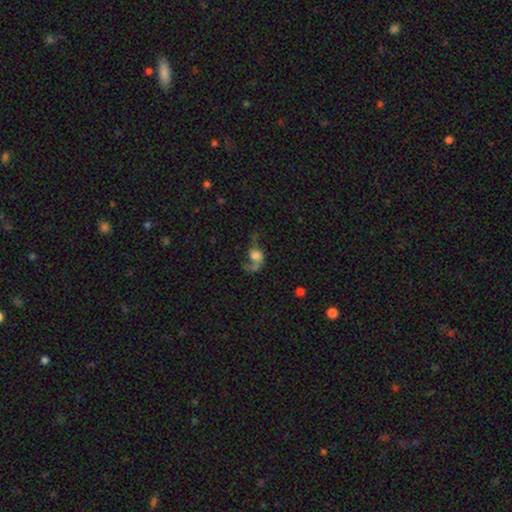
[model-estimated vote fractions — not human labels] Q: Smooth or featured?
A: featured or disk (53%); runner-up: smooth (34%)
Q: Edge-on disk?
A: no (96%); runner-up: yes (4%)
Q: Bar?
A: no (72%); runner-up: weak (22%)
Q: Spiral arms?
A: yes (73%); runner-up: no (27%)
Q: Bulge size?
A: large (34%); runner-up: moderate (27%)
Q: Merging?
A: major disturbance (47%); runner-up: none (28%)